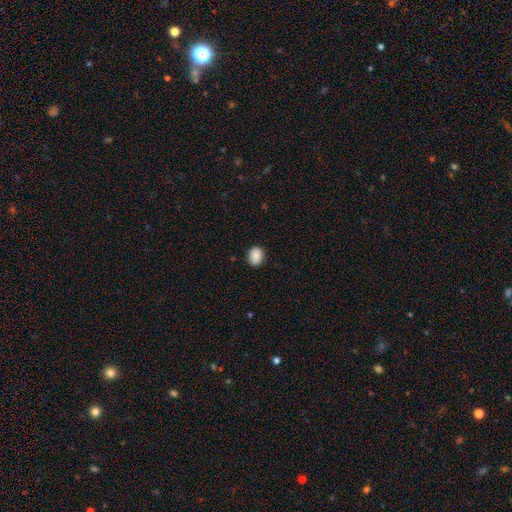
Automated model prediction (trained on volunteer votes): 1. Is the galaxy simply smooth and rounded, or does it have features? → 89% smooth, 8% star or artifact, 3% featured or disk.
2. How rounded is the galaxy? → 51% round, 48% in between, 1% cigar-shaped.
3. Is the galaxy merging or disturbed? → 87% none, 10% minor disturbance, 2% major disturbance, 1% merger.